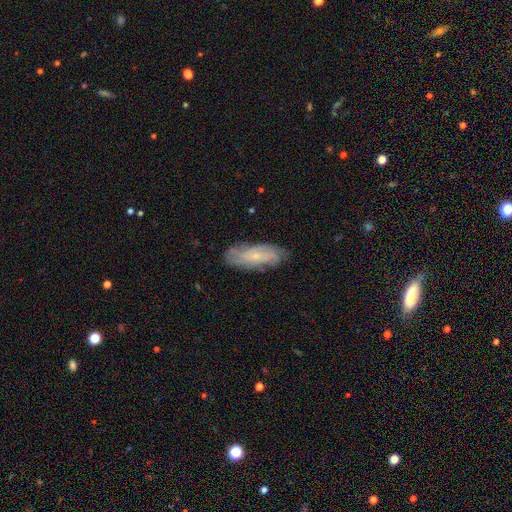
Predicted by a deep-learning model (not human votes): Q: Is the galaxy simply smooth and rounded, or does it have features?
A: featured or disk — 57%.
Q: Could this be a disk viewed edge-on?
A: no — 85%.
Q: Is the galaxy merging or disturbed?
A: none — 76%.